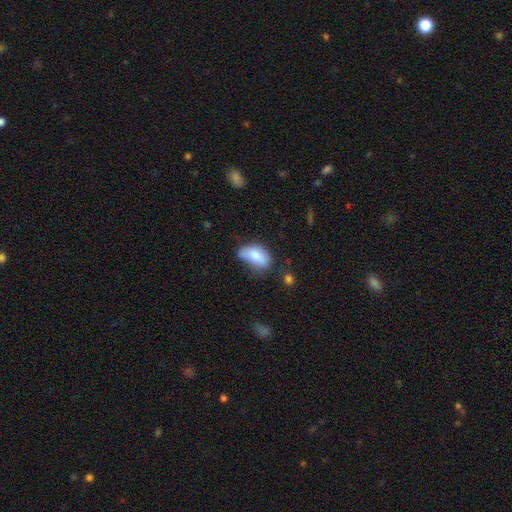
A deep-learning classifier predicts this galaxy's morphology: type=smooth (79%); roundness=in between (92%); merging=none (39%).